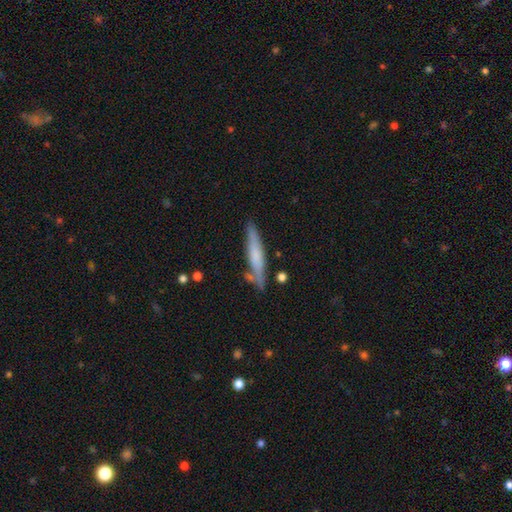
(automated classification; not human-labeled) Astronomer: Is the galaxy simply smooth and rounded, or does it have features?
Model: smooth — 56% (runner-up: featured or disk, 38%).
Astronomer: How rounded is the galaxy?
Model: cigar-shaped — 90%.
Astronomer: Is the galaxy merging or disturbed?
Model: none — 76%.